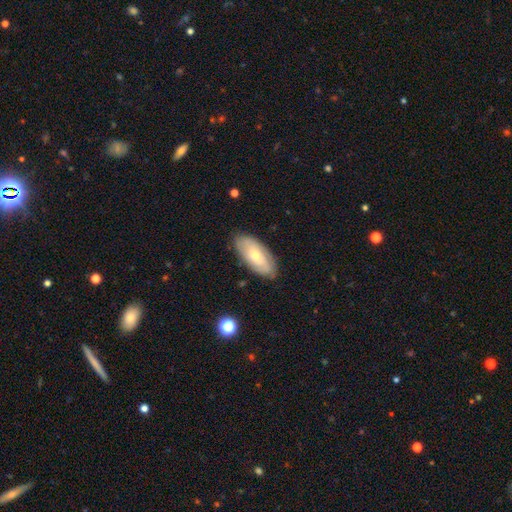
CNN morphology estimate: smooth-or-featured: smooth: 52% | featured or disk: 41% | star or artifact: 6%
  how-rounded: in between: 88% | cigar-shaped: 9% | round: 3%
  merging: none: 83% | minor disturbance: 13% | major disturbance: 3% | merger: 1%